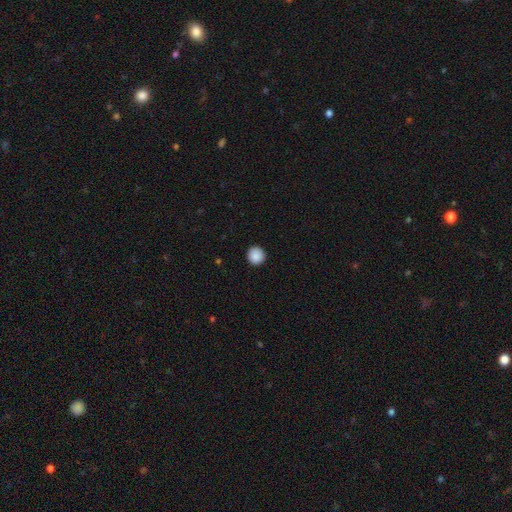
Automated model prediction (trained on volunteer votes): This appears to be a smooth galaxy with no disk features (89%) that is round (95%). Merging: none (93%).